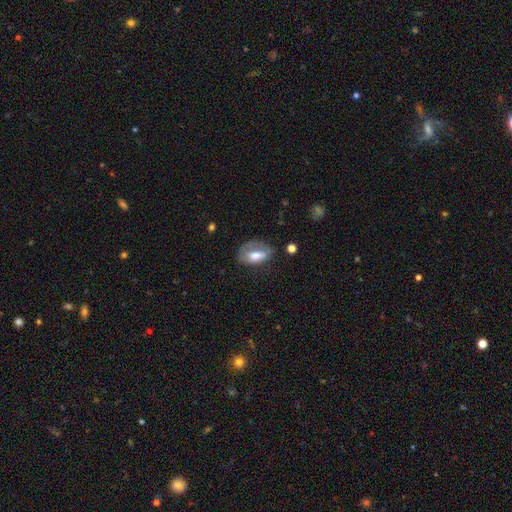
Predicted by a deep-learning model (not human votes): The model was most divided on "merging": none: 44%, minor disturbance: 30%, major disturbance: 24%, merger: 3%. More confident: how rounded — in between (88%); smooth or featured — smooth (59%).